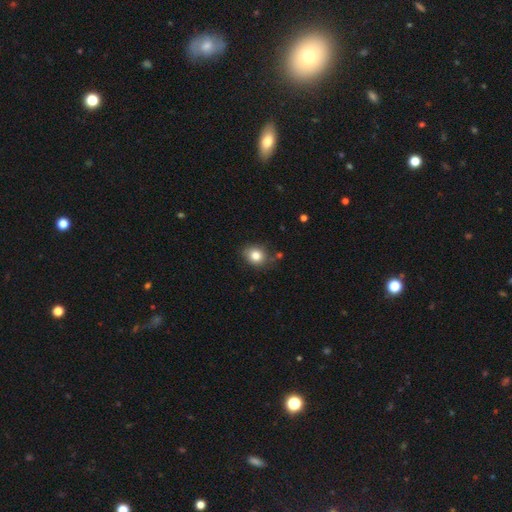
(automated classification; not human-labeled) Smooth or featured? smooth (82%)
How rounded? round (61%)
Merging? none (78%)